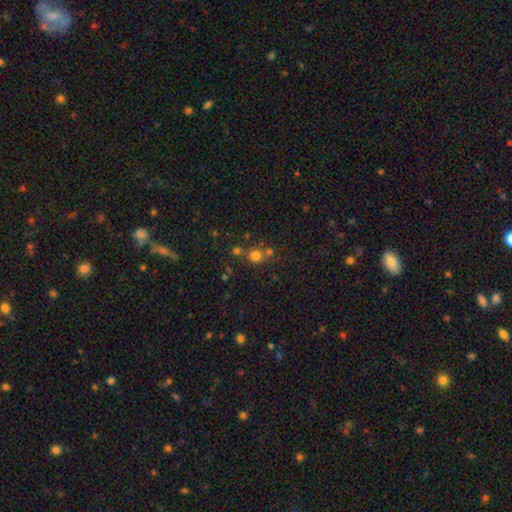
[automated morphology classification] This is likely a smooth galaxy (71%). How rounded: clearly round (88%). Merging: likely none (64%).